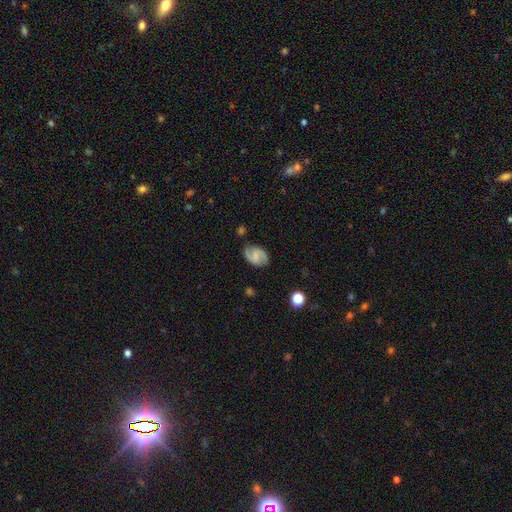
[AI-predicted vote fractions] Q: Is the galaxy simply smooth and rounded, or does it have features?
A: featured or disk — 73%.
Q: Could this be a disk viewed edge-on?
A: no — 97%.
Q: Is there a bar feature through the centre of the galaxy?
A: weak — 53%.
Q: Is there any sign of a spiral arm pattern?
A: yes — 94%.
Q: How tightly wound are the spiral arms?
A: medium — 51%.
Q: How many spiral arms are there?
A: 2 — 90%.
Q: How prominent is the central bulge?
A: small — 44%.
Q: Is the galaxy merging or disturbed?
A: none — 77%.